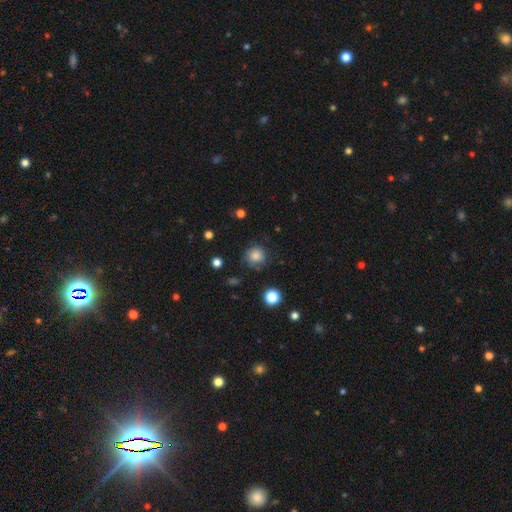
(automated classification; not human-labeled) Smooth or featured? smooth (79%)
How rounded? round (90%)
Merging? none (74%)